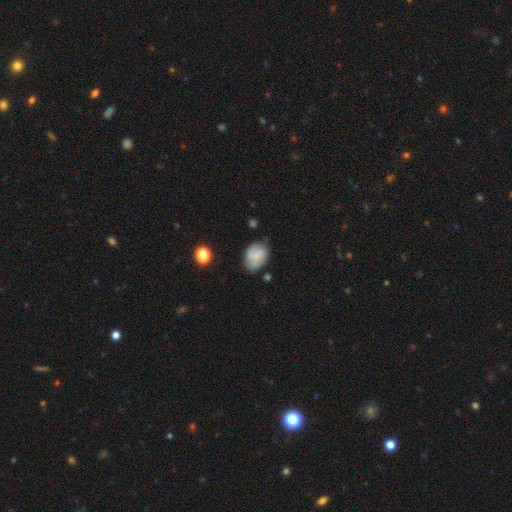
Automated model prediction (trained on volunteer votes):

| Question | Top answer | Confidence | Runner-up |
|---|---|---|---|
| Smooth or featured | smooth | 66% | featured or disk (25%) |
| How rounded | in between | 65% | round (34%) |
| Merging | none | 61% | minor disturbance (27%) |